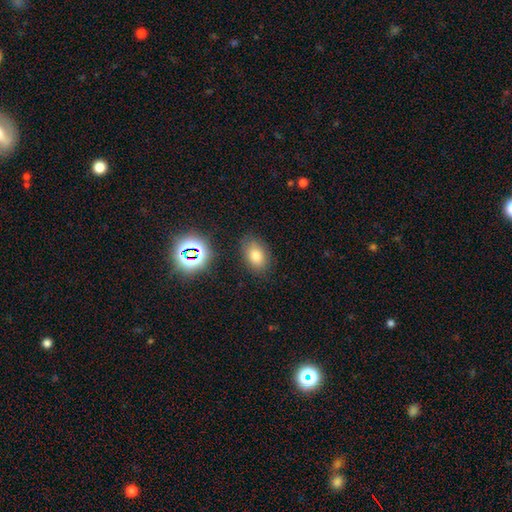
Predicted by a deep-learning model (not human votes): Smooth or featured? Predicted: smooth (p=0.74). How rounded? Predicted: in between (p=0.80). Merging? Predicted: none (p=0.81).